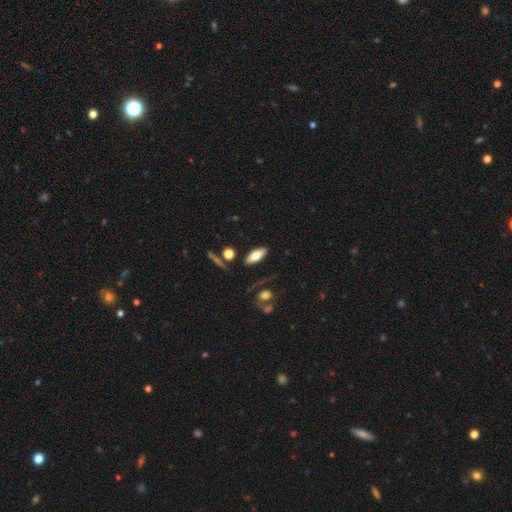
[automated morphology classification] Smooth or featured? smooth (70%)
How rounded? in between (79%)
Merging? none (81%)